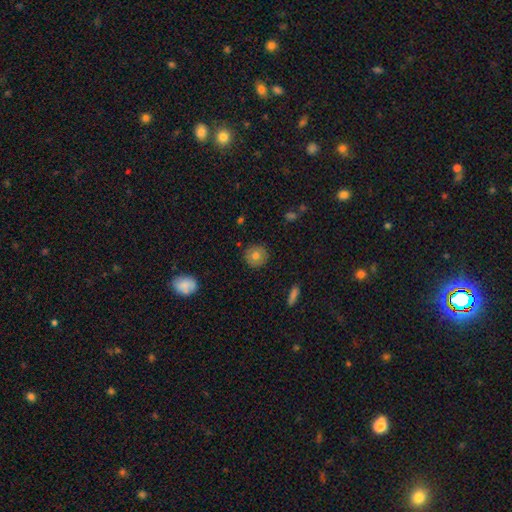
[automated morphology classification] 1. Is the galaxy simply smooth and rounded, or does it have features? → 73% smooth, 18% featured or disk, 8% star or artifact.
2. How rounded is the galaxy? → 92% round, 7% in between, 1% cigar-shaped.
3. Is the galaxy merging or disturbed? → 89% none, 8% minor disturbance, 2% major disturbance, 1% merger.